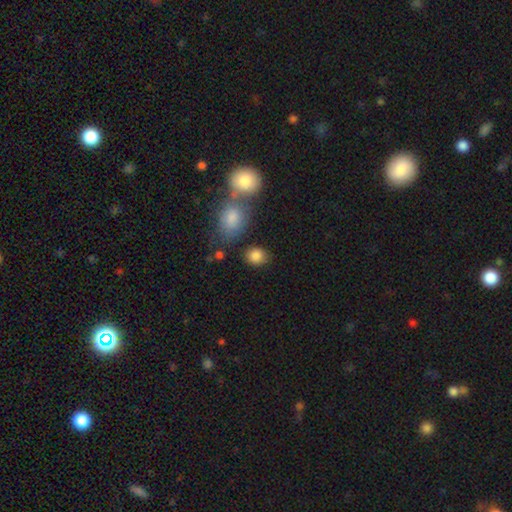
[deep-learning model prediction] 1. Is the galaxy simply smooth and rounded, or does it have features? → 86% smooth, 9% star or artifact, 5% featured or disk.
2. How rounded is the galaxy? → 56% round, 43% in between, 1% cigar-shaped.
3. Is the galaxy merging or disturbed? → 73% none, 14% minor disturbance, 9% merger, 5% major disturbance.